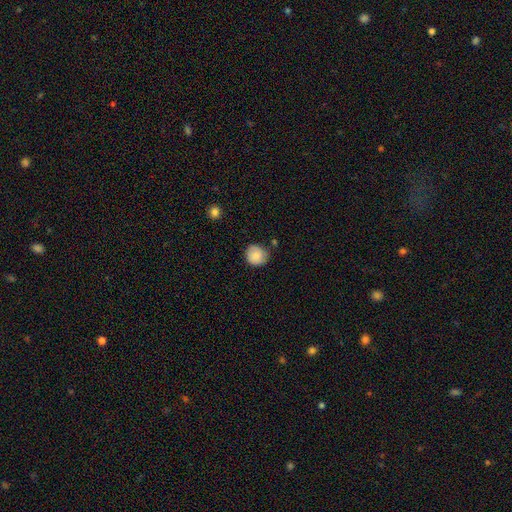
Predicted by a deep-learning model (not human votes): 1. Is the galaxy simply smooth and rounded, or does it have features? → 84% smooth, 9% featured or disk, 7% star or artifact.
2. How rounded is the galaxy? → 91% round, 8% in between, 1% cigar-shaped.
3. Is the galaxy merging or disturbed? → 78% none, 17% minor disturbance, 3% major disturbance, 3% merger.